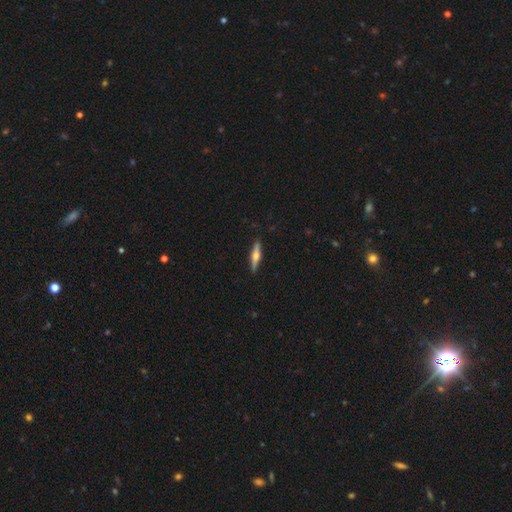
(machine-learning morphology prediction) Smooth or featured? featured or disk (60%)
Edge-on disk? yes (97%)
Edge-on bulge? rounded (92%)
Merging? none (90%)